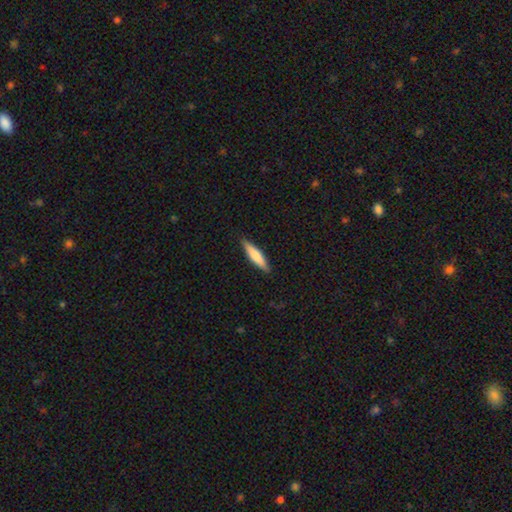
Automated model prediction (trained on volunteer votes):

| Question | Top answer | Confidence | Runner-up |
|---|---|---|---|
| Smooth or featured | smooth | 73% | featured or disk (22%) |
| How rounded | cigar-shaped | 79% | in between (20%) |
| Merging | none | 89% | minor disturbance (9%) |